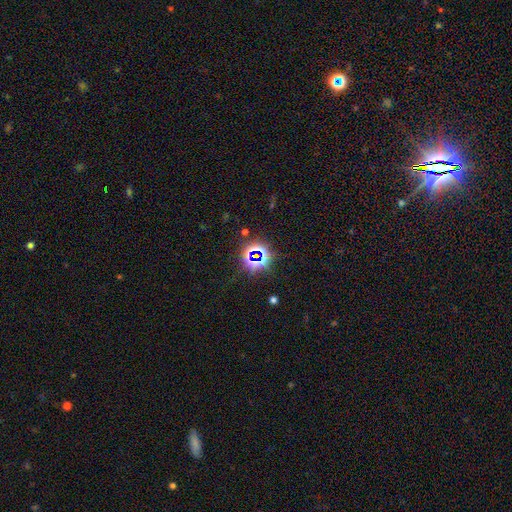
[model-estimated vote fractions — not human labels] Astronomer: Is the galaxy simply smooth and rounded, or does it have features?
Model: star or artifact — 76%.